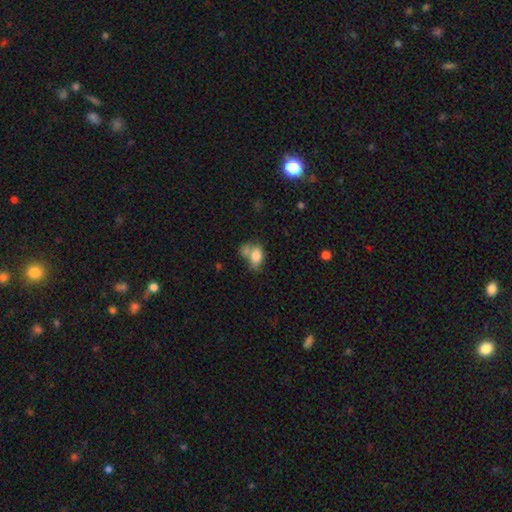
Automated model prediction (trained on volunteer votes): Smooth or featured? Predicted: smooth (p=0.77). How rounded? Predicted: in between (p=0.79). Merging? Predicted: merger (p=0.45).